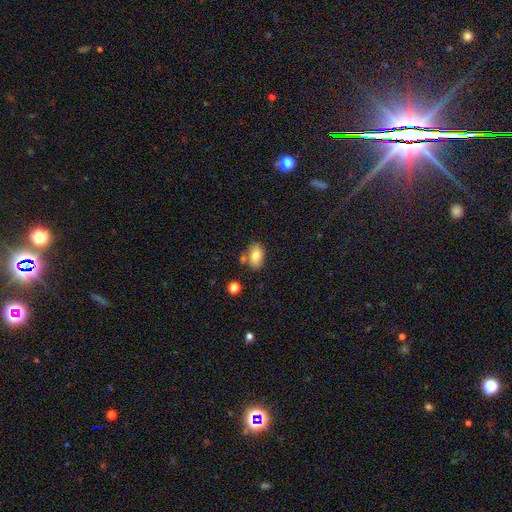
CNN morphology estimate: A smooth galaxy with no disk features (79%) that is in between round and cigar-shaped (87%).

Vote fractions:
- Smooth or featured? smooth: 79% / featured or disk: 12% / star or artifact: 9%
- How rounded? in between: 87% / round: 12% / cigar-shaped: 2%
- Merging? none: 69% / minor disturbance: 16% / merger: 11% / major disturbance: 4%